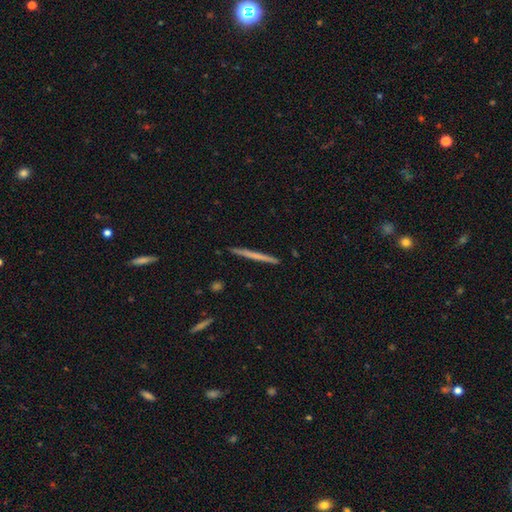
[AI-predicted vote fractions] Smooth or featured? Predicted: smooth (p=0.52). How rounded? Predicted: cigar-shaped (p=0.97). Merging? Predicted: none (p=0.92).